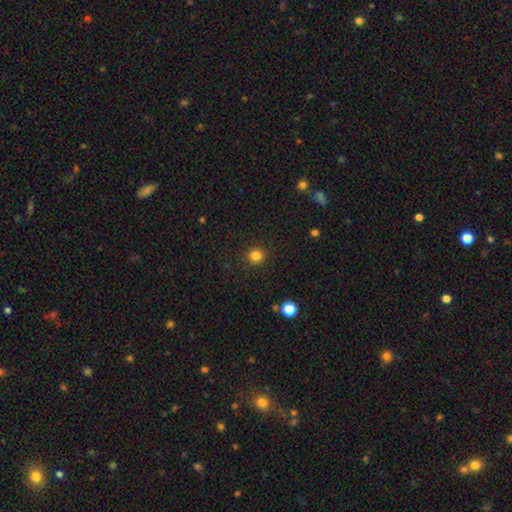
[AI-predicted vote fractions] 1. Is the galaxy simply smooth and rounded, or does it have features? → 83% smooth, 13% star or artifact, 4% featured or disk.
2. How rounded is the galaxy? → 92% round, 7% in between, 1% cigar-shaped.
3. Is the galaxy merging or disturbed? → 92% none, 5% minor disturbance, 2% major disturbance, 1% merger.